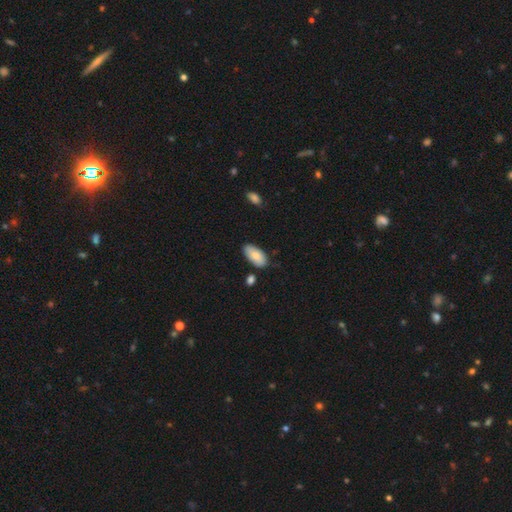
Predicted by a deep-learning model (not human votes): smooth 82%, featured or disk 12%, star or artifact 6%. Down the decision tree: how rounded — in between (94%); merging — none (78%).